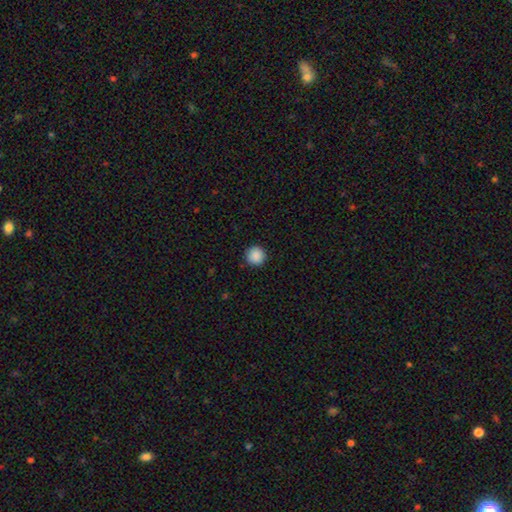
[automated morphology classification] A smooth galaxy with no disk features (89%) that is round (96%).

Vote fractions:
- Smooth or featured? smooth: 89% / star or artifact: 8% / featured or disk: 2%
- How rounded? round: 96% / in between: 3% / cigar-shaped: 1%
- Merging? none: 92% / minor disturbance: 5% / major disturbance: 2% / merger: 1%